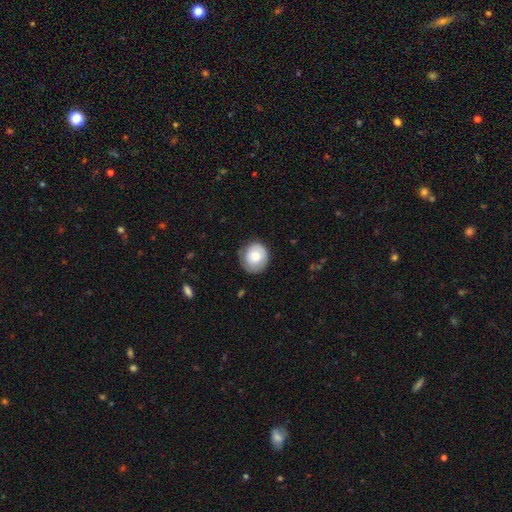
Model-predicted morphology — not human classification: A smooth galaxy with no disk features (78%) that is round (84%). Merging: none (76%).